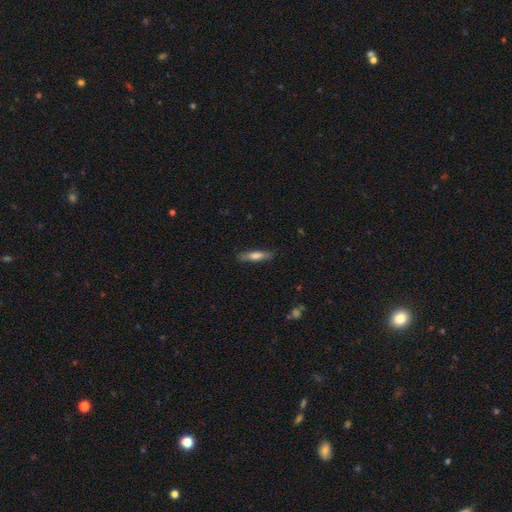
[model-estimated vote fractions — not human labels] This is likely a smooth galaxy (66%). How rounded: likely cigar-shaped (79%). Merging: clearly none (84%).